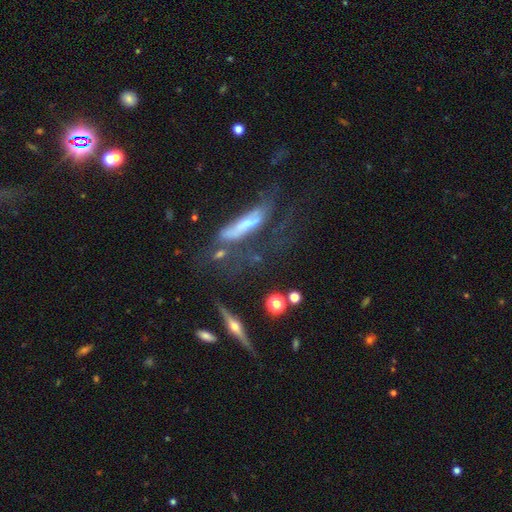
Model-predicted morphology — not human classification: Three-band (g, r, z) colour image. It shows a featured or disk galaxy (54%) viewed edge-on (61%). Merging: none (39%).